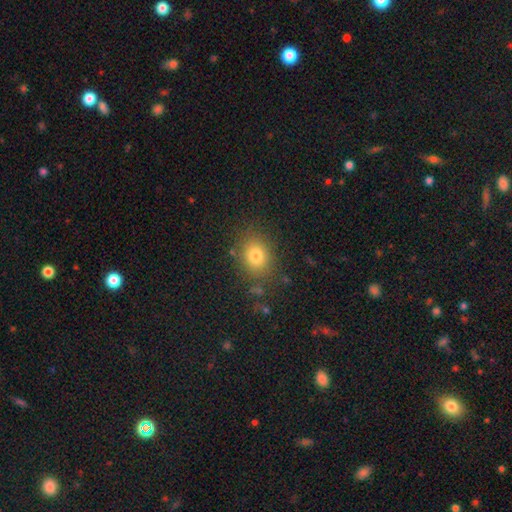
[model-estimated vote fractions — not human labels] Morphology: type=smooth (78%); roundness=round (53%); merging=none (82%).